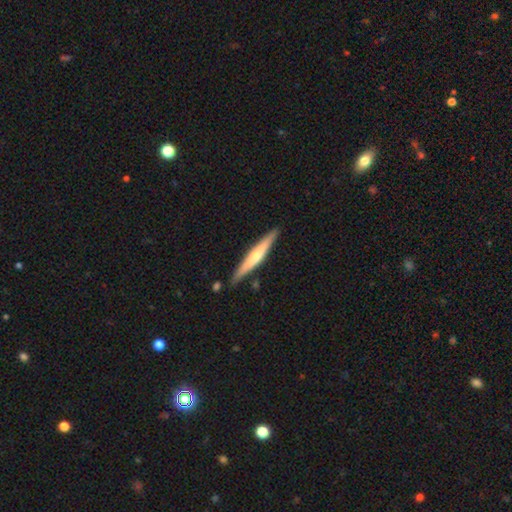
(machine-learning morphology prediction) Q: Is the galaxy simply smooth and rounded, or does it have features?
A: featured or disk — 50%.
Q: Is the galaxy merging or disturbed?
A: none — 86%.